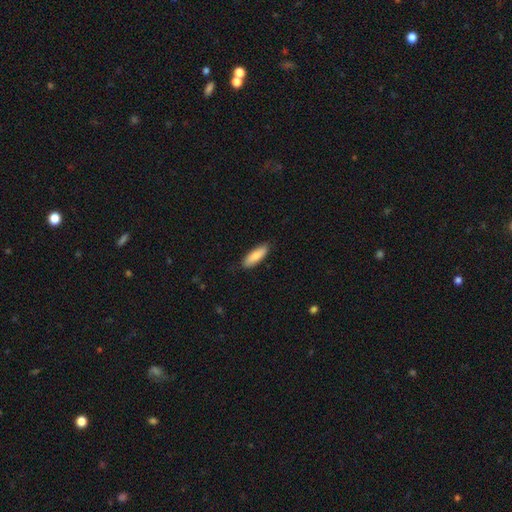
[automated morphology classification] This is clearly a smooth galaxy (85%). How rounded: possibly in between (53%). Merging: clearly none (85%).